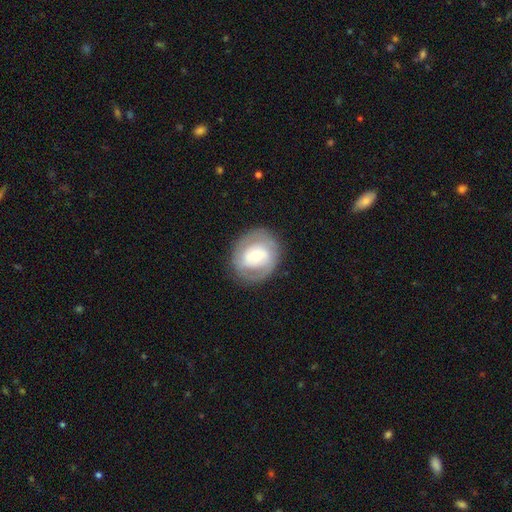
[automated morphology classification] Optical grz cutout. It shows a featured or disk galaxy (59%) with no bar (58%), spiral arms (60%) and a moderate central bulge (60%). Merging: none (81%).